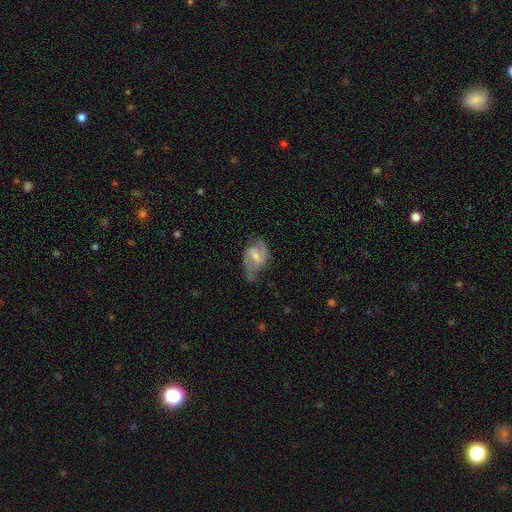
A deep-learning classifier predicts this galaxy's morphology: This is clearly a featured or disk galaxy (83%). It is clearly not viewed edge-on (97%). Bar: possibly weak (54%). Spiral arm pattern: clearly yes (95%). Spiral arm count: clearly 2 (89%). Spiral winding: possibly medium (53%). Central bulge: possibly moderate (45%, tied with small). Merging: likely none (65%).